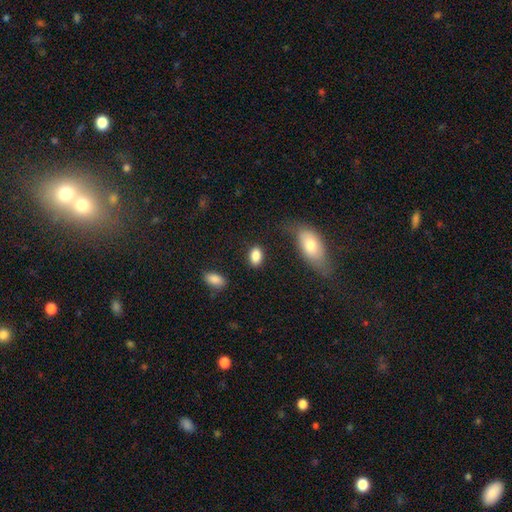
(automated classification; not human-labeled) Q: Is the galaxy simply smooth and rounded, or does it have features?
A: smooth — 86%.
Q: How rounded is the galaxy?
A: in between — 86%.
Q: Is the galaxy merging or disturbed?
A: none — 79%.